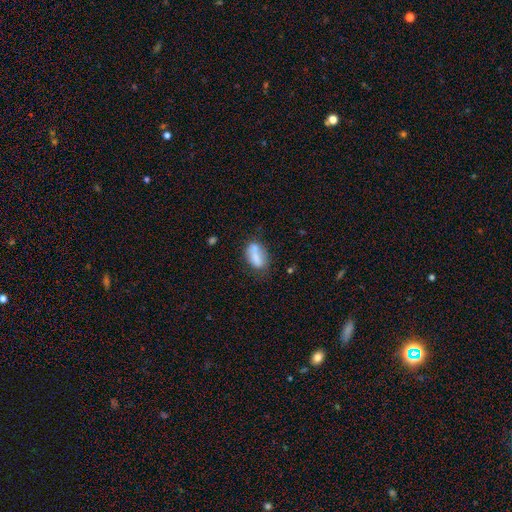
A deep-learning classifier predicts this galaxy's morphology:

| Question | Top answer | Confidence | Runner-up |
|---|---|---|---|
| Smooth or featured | smooth | 73% | featured or disk (18%) |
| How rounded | in between | 85% | round (8%) |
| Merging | none | 48% | minor disturbance (24%) |